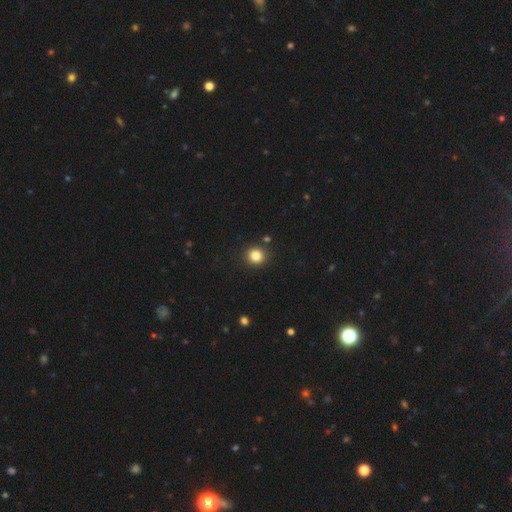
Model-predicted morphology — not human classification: Smooth or featured?
  - smooth: 83% *
  - star or artifact: 12%
  - featured or disk: 5%
How rounded?
  - round: 91% *
  - in between: 8%
  - cigar-shaped: 1%
Merging?
  - none: 89% *
  - minor disturbance: 6%
  - merger: 3%
  - major disturbance: 2%